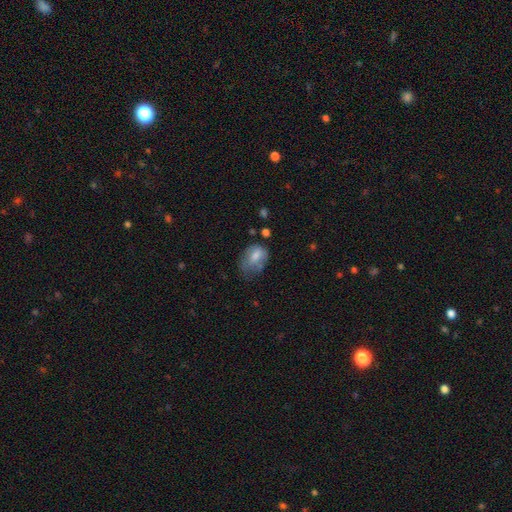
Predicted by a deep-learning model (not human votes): The model was most divided on "merging": minor disturbance: 36%, none: 33%, major disturbance: 28%, merger: 4%. More confident: how rounded — in between (72%); smooth or featured — smooth (62%).